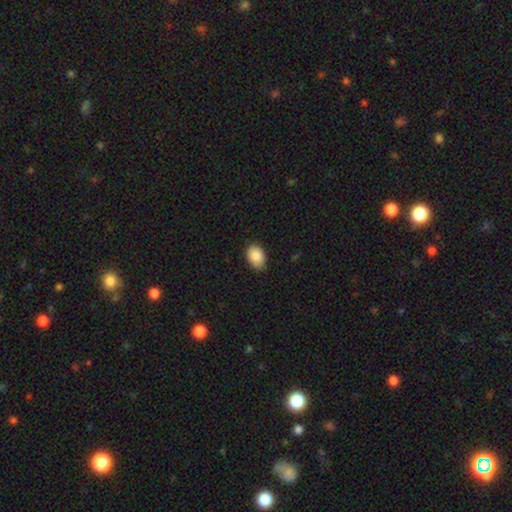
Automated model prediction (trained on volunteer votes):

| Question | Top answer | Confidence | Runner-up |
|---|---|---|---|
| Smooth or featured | smooth | 89% | star or artifact (7%) |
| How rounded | in between | 83% | round (15%) |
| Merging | none | 85% | minor disturbance (12%) |